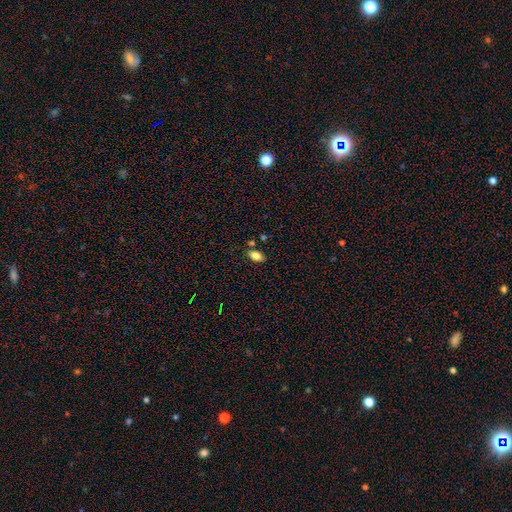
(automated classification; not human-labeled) Smooth or featured? Predicted: smooth (p=0.84). How rounded? Predicted: in between (p=0.91). Merging? Predicted: none (p=0.77).